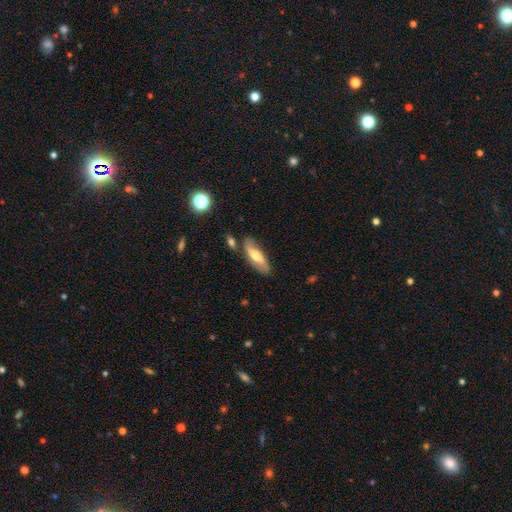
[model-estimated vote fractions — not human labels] The model was most divided on "smooth or featured": smooth: 48%, featured or disk: 46%, star or artifact: 7%. More confident: merging — none (72%).